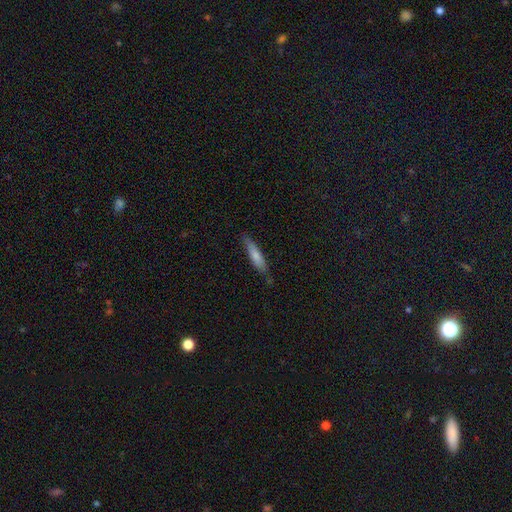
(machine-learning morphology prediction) Smooth or featured?
  - smooth: 76% *
  - featured or disk: 18%
  - star or artifact: 6%
How rounded?
  - cigar-shaped: 80% *
  - in between: 19%
  - round: 1%
Merging?
  - none: 77% *
  - minor disturbance: 18%
  - major disturbance: 3%
  - merger: 2%